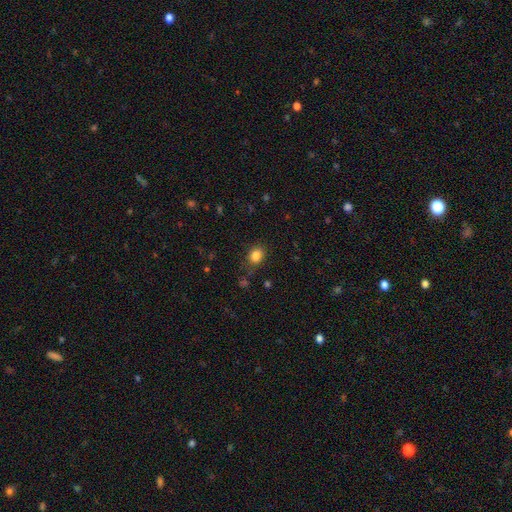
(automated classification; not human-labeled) Smooth or featured?
  - smooth: 84% *
  - star or artifact: 11%
  - featured or disk: 5%
How rounded?
  - in between: 51% *
  - round: 48%
  - cigar-shaped: 1%
Merging?
  - none: 78% *
  - minor disturbance: 15%
  - major disturbance: 5%
  - merger: 2%